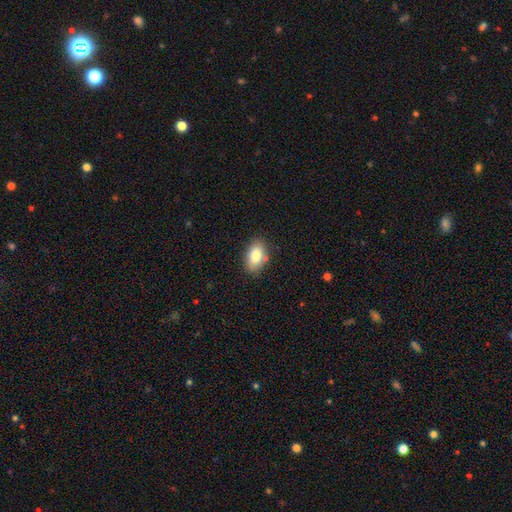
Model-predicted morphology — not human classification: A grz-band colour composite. It shows a smooth galaxy with no disk features (82%) that is in between round and cigar-shaped (90%). Merging: none (80%).